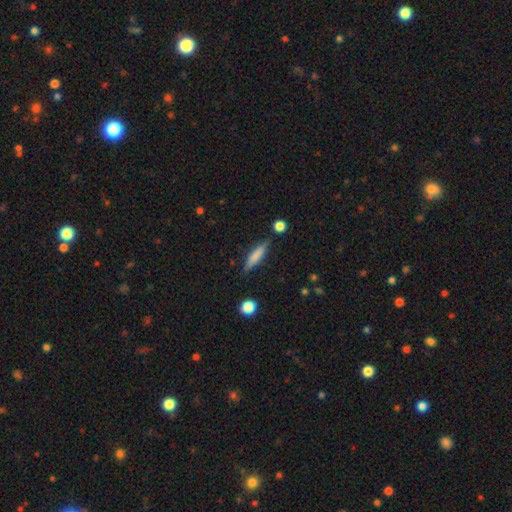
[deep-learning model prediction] A smooth galaxy with no disk features (67%) that is cigar-shaped (81%).

Vote fractions:
- Smooth or featured? smooth: 67% / featured or disk: 26% / star or artifact: 7%
- How rounded? cigar-shaped: 81% / in between: 17% / round: 2%
- Merging? none: 82% / minor disturbance: 13% / merger: 3% / major disturbance: 3%